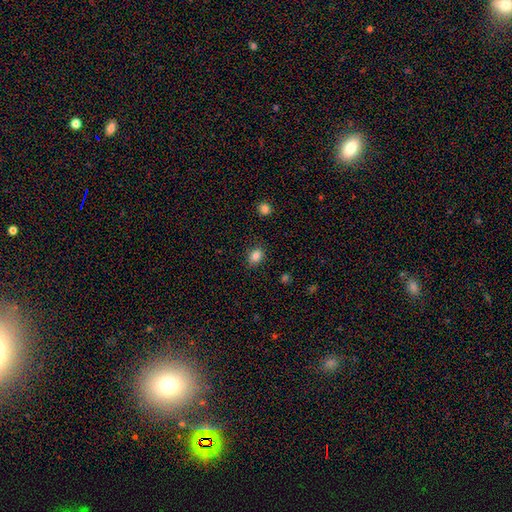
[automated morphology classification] The model was most divided on "how rounded": in between: 65%, round: 34%, cigar-shaped: 1%. More confident: smooth or featured — smooth (85%); merging — none (83%).